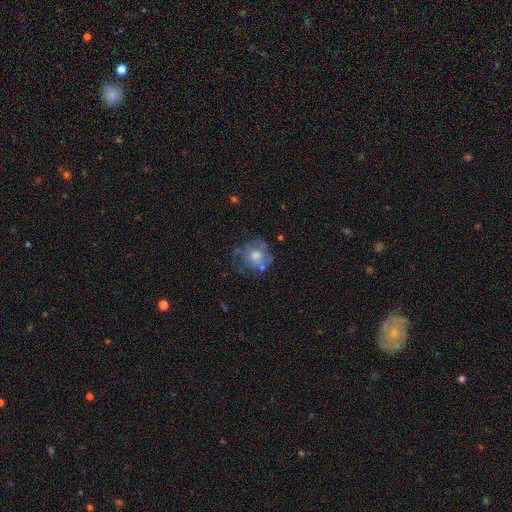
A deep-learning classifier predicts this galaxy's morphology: A featured or disk galaxy (53%) with no bar (84%), no spiral arms (54%) and a moderate central bulge (59%). Merging: none (56%).